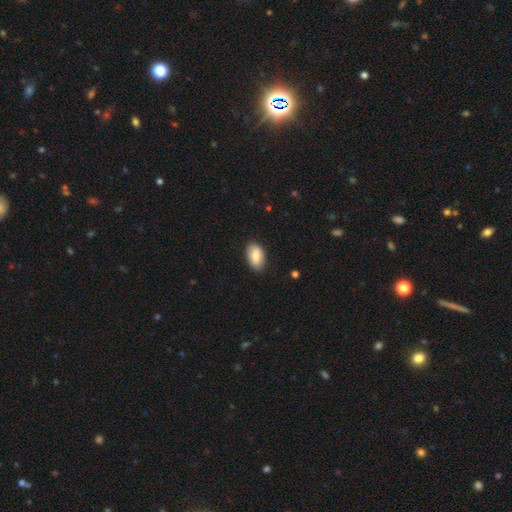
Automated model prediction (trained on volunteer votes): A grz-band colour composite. It shows a smooth galaxy with no disk features (82%) that is in between round and cigar-shaped (94%). Merging: none (84%).